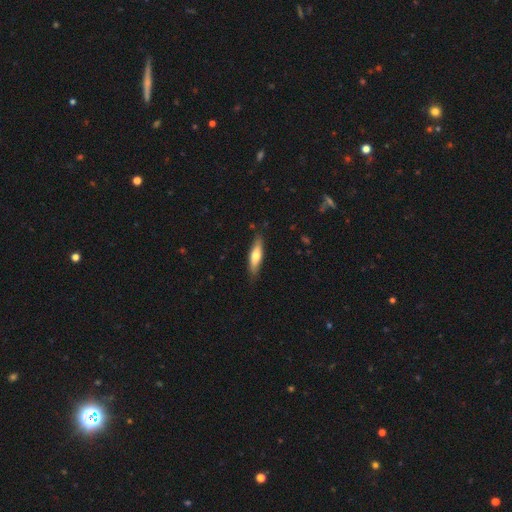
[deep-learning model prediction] This is likely a smooth galaxy (61%). How rounded: likely cigar-shaped (66%). Merging: clearly none (83%).